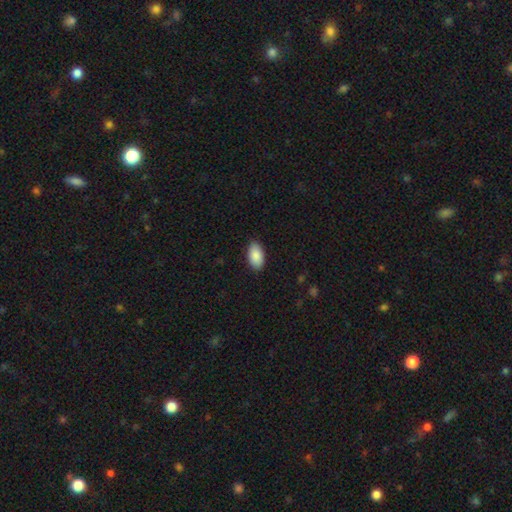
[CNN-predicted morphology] smooth-or-featured: smooth: 89% | star or artifact: 6% | featured or disk: 4%
  how-rounded: in between: 95% | round: 3% | cigar-shaped: 2%
  merging: none: 88% | minor disturbance: 9% | major disturbance: 2% | merger: 1%